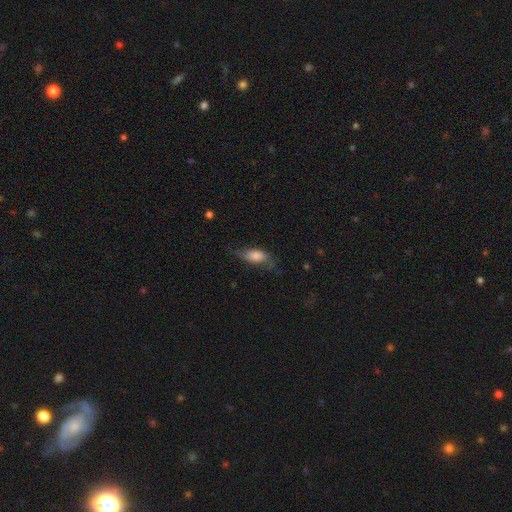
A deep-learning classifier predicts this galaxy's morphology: Smooth or featured? Predicted: smooth (p=0.62). How rounded? Predicted: in between (p=0.81). Merging? Predicted: none (p=0.52).